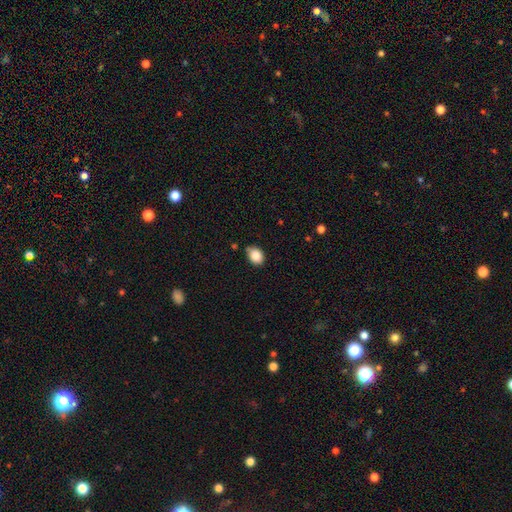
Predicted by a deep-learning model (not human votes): This is clearly a smooth galaxy (86%). How rounded: likely in between (65%). Merging: likely none (74%).